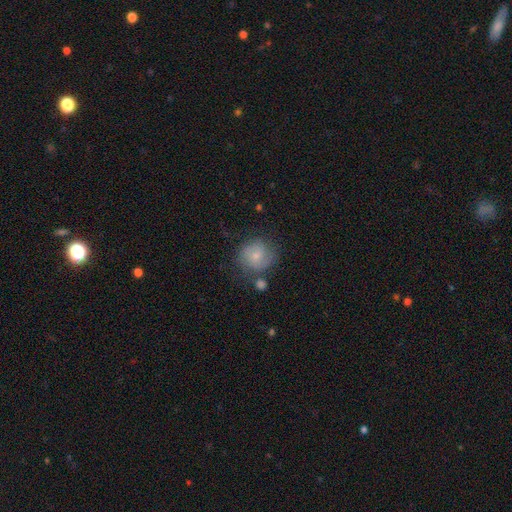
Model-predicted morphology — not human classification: Smooth or featured?
  - smooth: 59% *
  - featured or disk: 32%
  - star or artifact: 8%
How rounded?
  - round: 85% *
  - in between: 14%
  - cigar-shaped: 1%
Merging?
  - none: 61% *
  - minor disturbance: 22%
  - major disturbance: 9%
  - merger: 8%